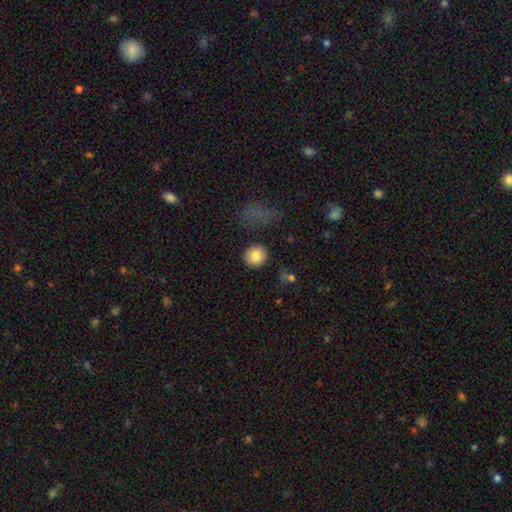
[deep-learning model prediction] Q: Smooth or featured?
A: smooth (84%); runner-up: star or artifact (9%)
Q: How rounded?
A: round (88%); runner-up: in between (11%)
Q: Merging?
A: none (88%); runner-up: minor disturbance (7%)